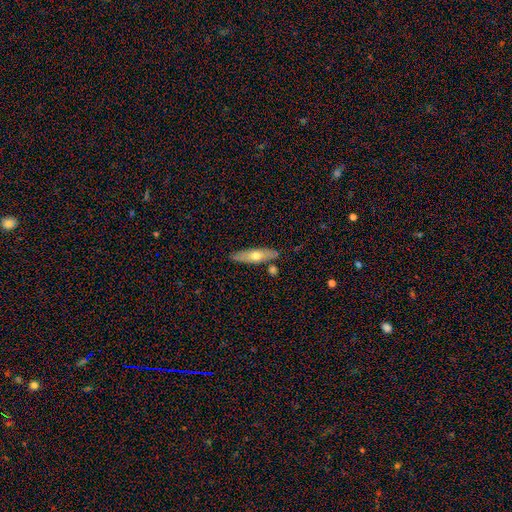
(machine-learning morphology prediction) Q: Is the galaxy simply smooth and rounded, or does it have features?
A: smooth — 52%.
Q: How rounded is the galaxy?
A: cigar-shaped — 65%.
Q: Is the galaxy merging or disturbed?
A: none — 82%.